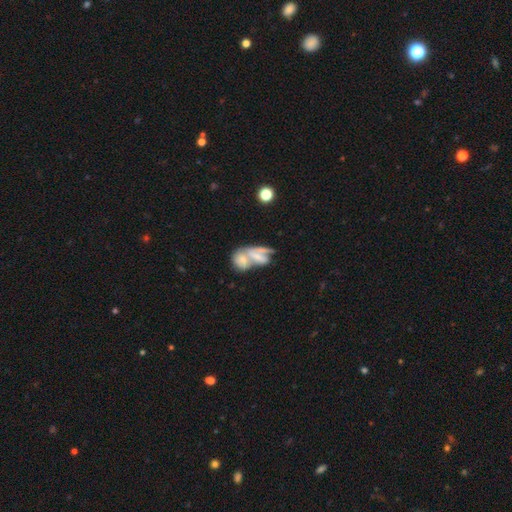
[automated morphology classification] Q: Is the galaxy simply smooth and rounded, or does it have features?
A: featured or disk — 46%.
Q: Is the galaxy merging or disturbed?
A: merger — 71%.